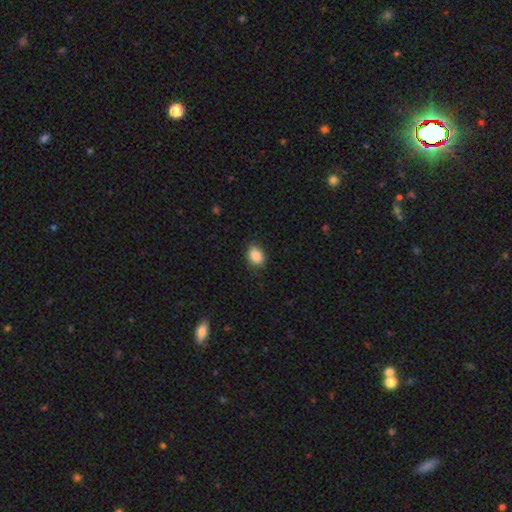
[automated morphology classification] Smooth or featured?
  - smooth: 87% *
  - star or artifact: 8%
  - featured or disk: 5%
How rounded?
  - in between: 62% *
  - round: 37%
  - cigar-shaped: 1%
Merging?
  - none: 84% *
  - minor disturbance: 13%
  - major disturbance: 3%
  - merger: 1%